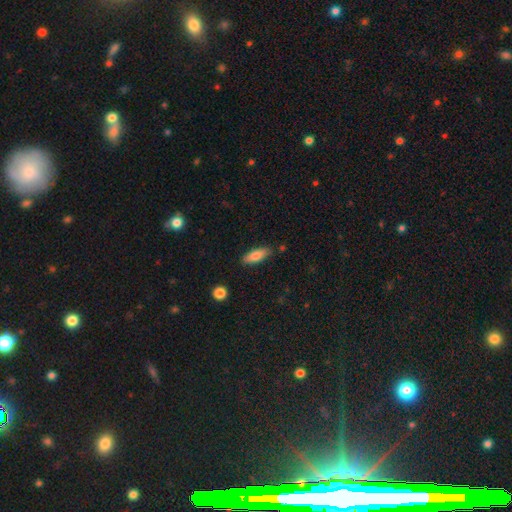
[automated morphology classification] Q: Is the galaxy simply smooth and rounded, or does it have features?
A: smooth — 80%.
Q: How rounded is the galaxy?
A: in between — 62%.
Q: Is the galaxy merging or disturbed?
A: none — 82%.